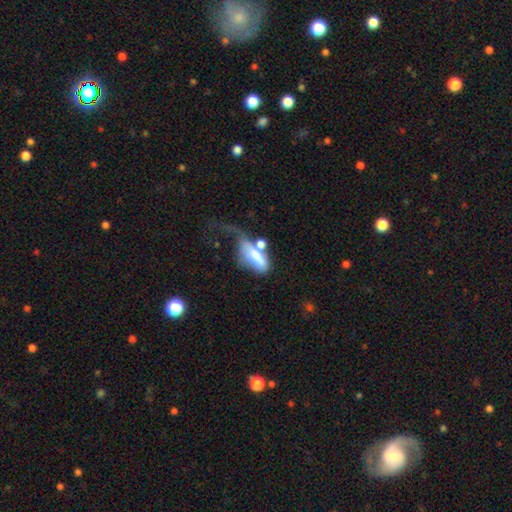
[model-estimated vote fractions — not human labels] This appears to be a smooth galaxy with no disk features (61%) that is in between round and cigar-shaped (76%). Merging: major disturbance (39%).